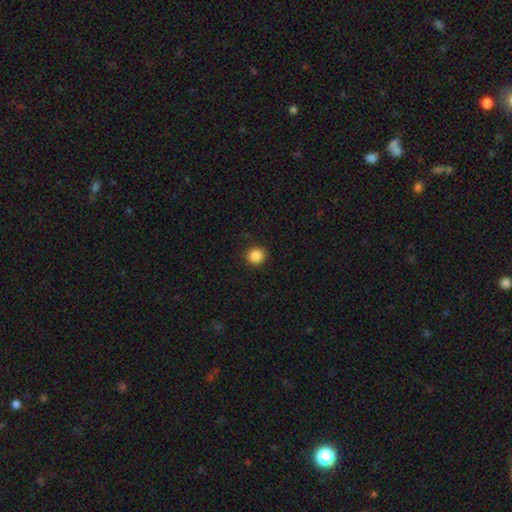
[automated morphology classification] Smooth or featured?
  - smooth: 87% *
  - star or artifact: 10%
  - featured or disk: 3%
How rounded?
  - round: 92% *
  - in between: 7%
  - cigar-shaped: 1%
Merging?
  - none: 91% *
  - minor disturbance: 6%
  - major disturbance: 2%
  - merger: 1%